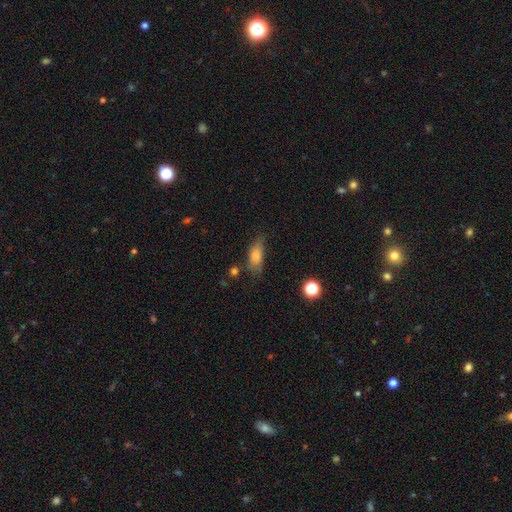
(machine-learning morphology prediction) Smooth or featured? Predicted: smooth (p=0.71). How rounded? Predicted: in between (p=0.73). Merging? Predicted: none (p=0.61).